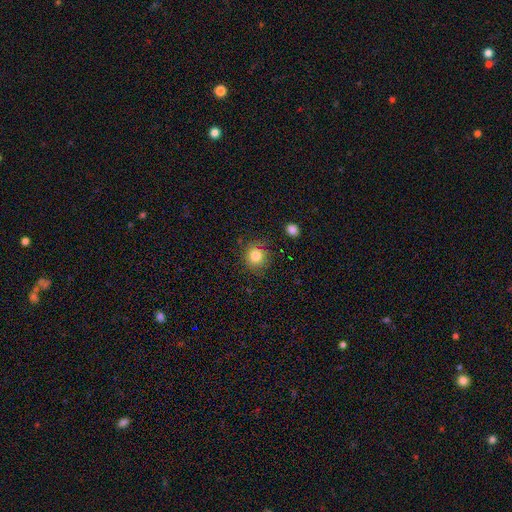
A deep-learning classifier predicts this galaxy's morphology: Smooth or featured?
  - smooth: 82% *
  - star or artifact: 11%
  - featured or disk: 7%
How rounded?
  - round: 89% *
  - in between: 10%
  - cigar-shaped: 1%
Merging?
  - none: 82% *
  - minor disturbance: 12%
  - major disturbance: 4%
  - merger: 2%